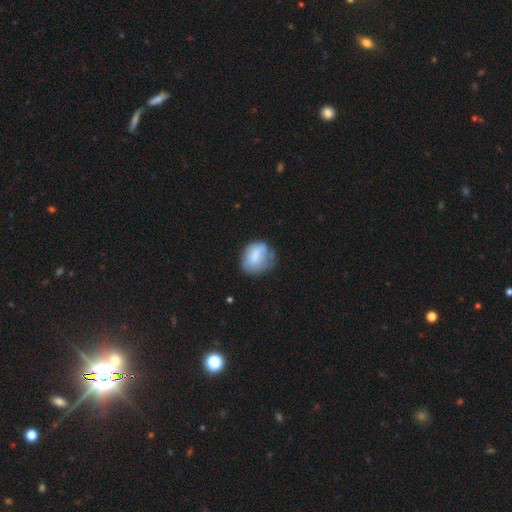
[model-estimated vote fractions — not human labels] Smooth or featured? Predicted: smooth (p=0.69). How rounded? Predicted: round (p=0.55). Merging? Predicted: none (p=0.48).